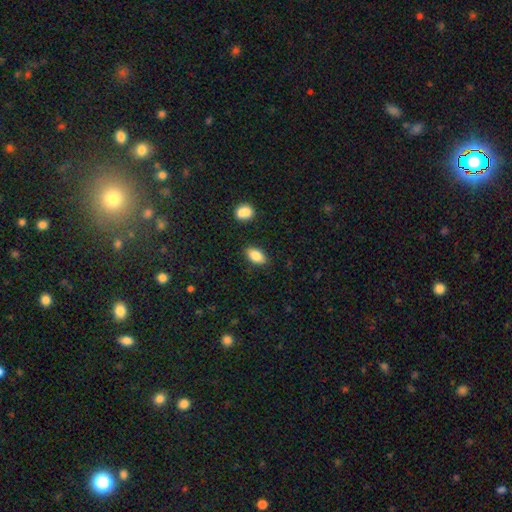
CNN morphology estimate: Overall: smooth (86%). How rounded: in between (90%). Merging: none (86%).